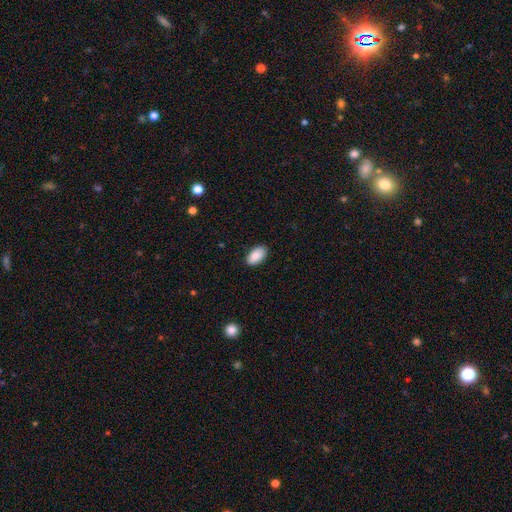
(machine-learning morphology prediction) Smooth or featured? Predicted: smooth (p=0.88). How rounded? Predicted: in between (p=0.95). Merging? Predicted: none (p=0.87).